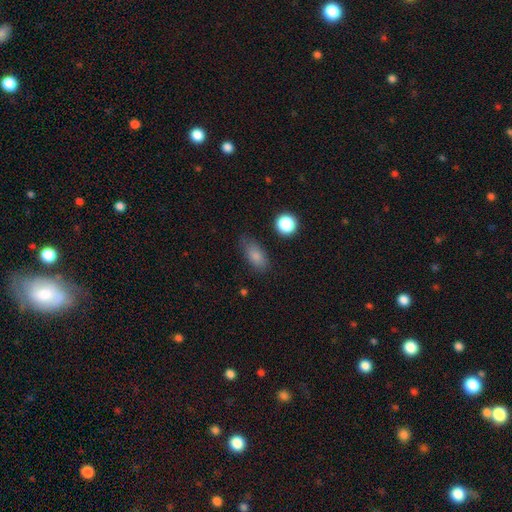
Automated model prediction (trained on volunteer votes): Overall: smooth (82%). How rounded: in between (84%). Merging: none (70%).